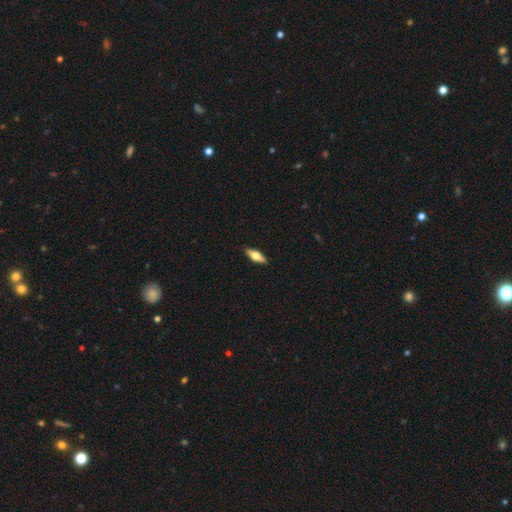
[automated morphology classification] Q: Smooth or featured?
A: featured or disk (48%); runner-up: smooth (46%)
Q: Merging?
A: none (90%); runner-up: minor disturbance (7%)